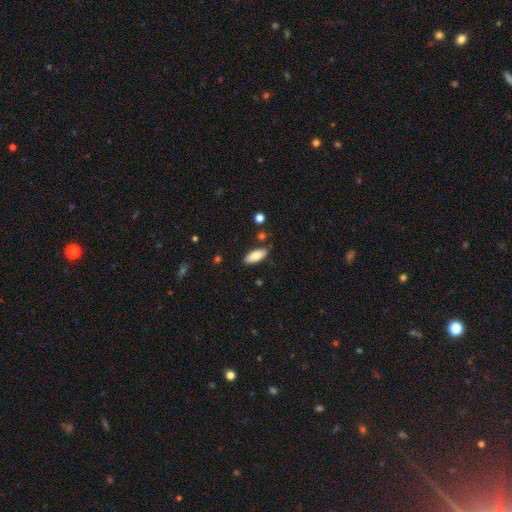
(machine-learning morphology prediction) This appears to be a smooth galaxy with no disk features (83%) that is in between round and cigar-shaped (81%). Merging: none (83%).